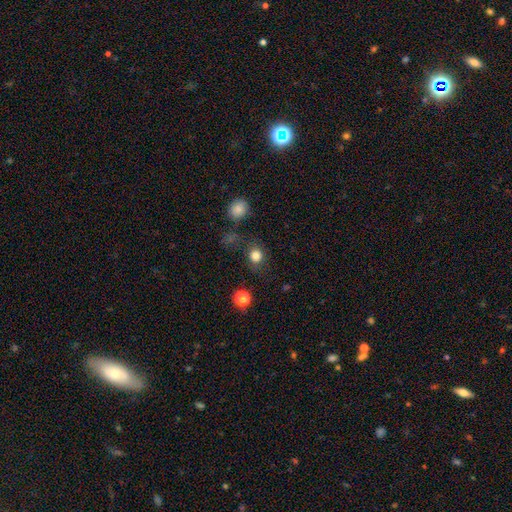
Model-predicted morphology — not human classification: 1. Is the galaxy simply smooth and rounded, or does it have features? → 81% smooth, 13% star or artifact, 6% featured or disk.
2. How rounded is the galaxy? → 81% round, 18% in between, 1% cigar-shaped.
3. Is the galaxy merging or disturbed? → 78% none, 12% minor disturbance, 5% major disturbance, 5% merger.